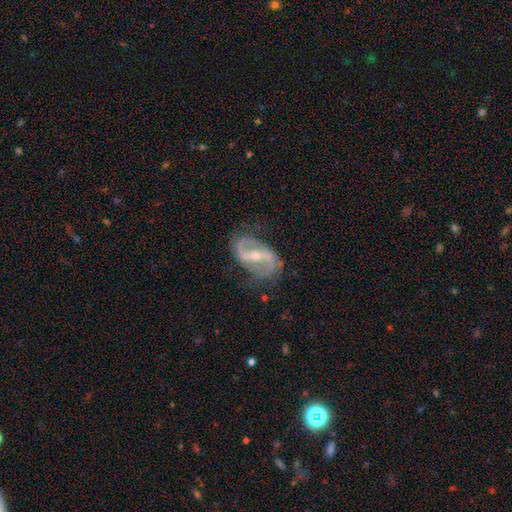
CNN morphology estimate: This is clearly a featured or disk galaxy (88%). It is clearly not viewed edge-on (96%). Bar: likely strong (63%). Spiral arm pattern: clearly yes (92%). Spiral arm count: clearly 2 (91%). Spiral winding: possibly loose (50%). Central bulge: possibly small (57%). Merging: likely none (70%).